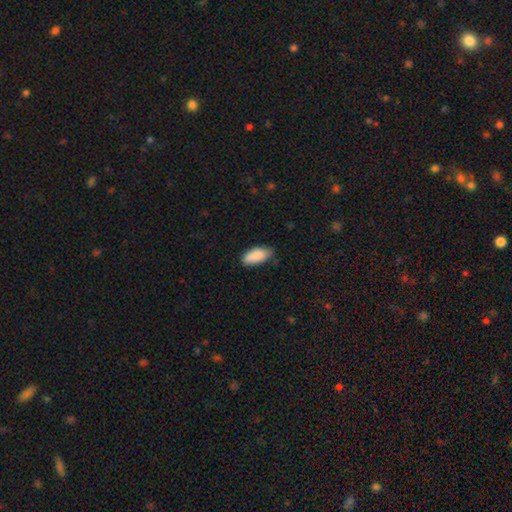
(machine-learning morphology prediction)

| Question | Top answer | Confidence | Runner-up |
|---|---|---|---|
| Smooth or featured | smooth | 89% | star or artifact (6%) |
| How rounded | in between | 88% | cigar-shaped (10%) |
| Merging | none | 66% | minor disturbance (28%) |